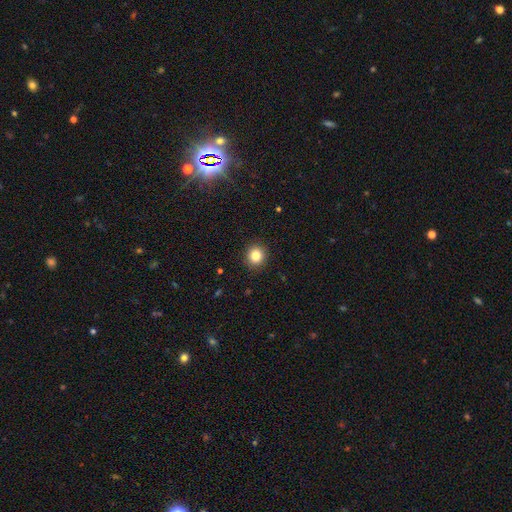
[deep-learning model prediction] Smooth or featured?
  - smooth: 84% *
  - star or artifact: 11%
  - featured or disk: 5%
How rounded?
  - round: 89% *
  - in between: 10%
  - cigar-shaped: 1%
Merging?
  - none: 91% *
  - minor disturbance: 6%
  - major disturbance: 2%
  - merger: 1%